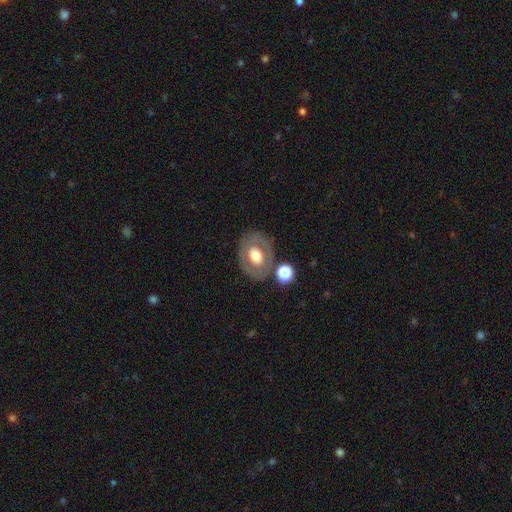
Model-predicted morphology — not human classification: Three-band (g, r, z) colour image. It shows a smooth galaxy with no disk features (47%). Merging: none (75%).